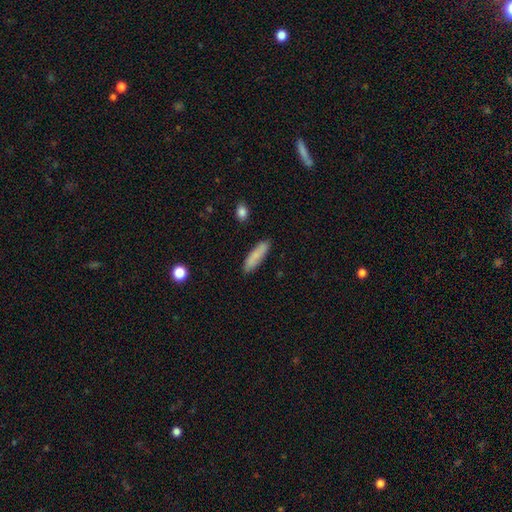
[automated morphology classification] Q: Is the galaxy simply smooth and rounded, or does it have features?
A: smooth — 81%.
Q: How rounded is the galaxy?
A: cigar-shaped — 72%.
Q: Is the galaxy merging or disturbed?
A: none — 86%.